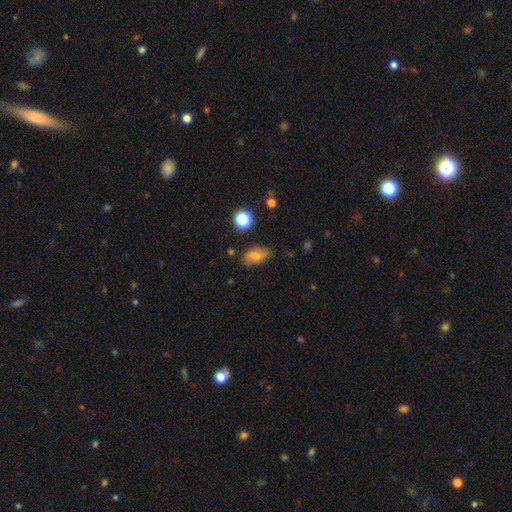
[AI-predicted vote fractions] Morphology: type=smooth (67%); roundness=in between (86%); merging=none (73%).